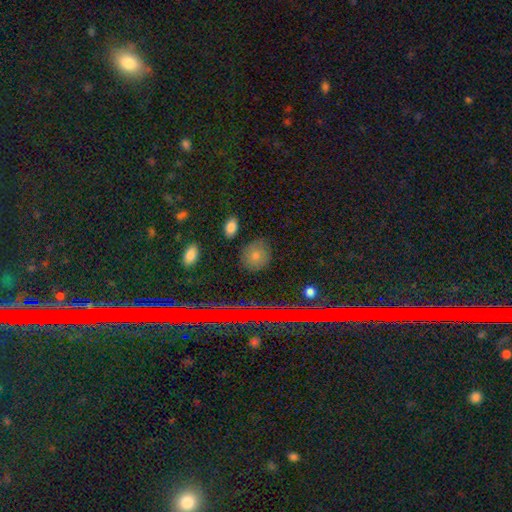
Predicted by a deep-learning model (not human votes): The model was most divided on "how rounded": round: 76%, in between: 22%, cigar-shaped: 2%. More confident: merging — none (82%); smooth or featured — smooth (73%).